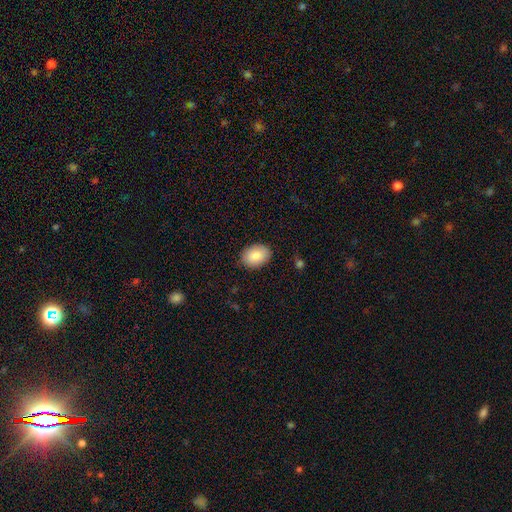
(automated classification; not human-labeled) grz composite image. It shows a smooth galaxy with no disk features (88%) that is in between round and cigar-shaped (77%). Merging: none (86%).